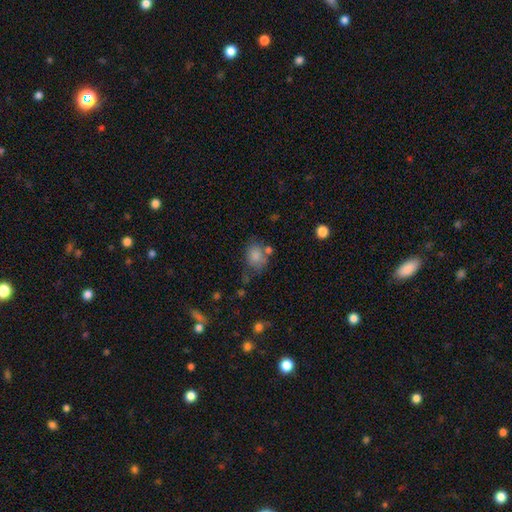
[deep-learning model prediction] A smooth galaxy with no disk features (81%) that is in between round and cigar-shaped (51%). Merging: none (53%).